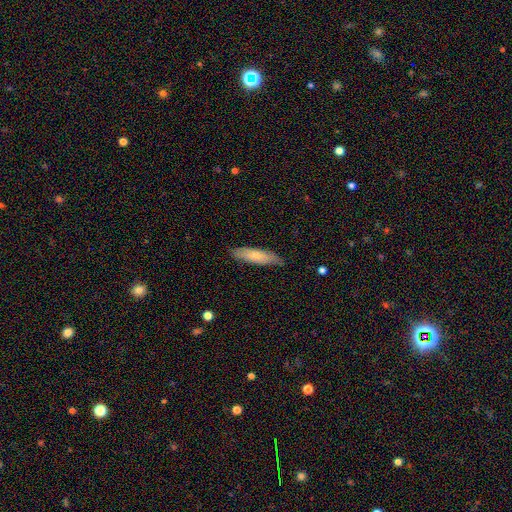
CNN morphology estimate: smooth 66%, featured or disk 28%, star or artifact 6%. Down the decision tree: how rounded — cigar-shaped (66%); merging — none (83%).